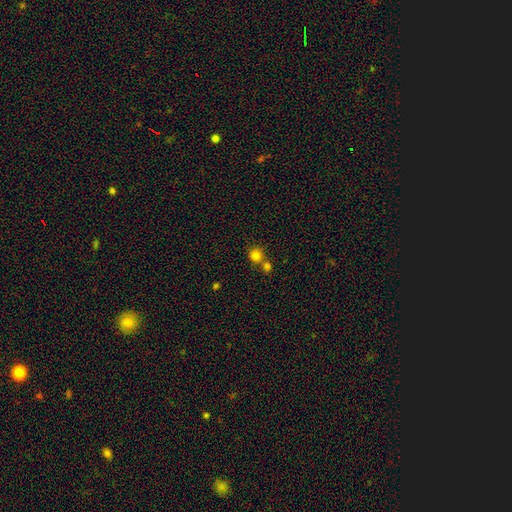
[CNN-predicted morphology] Smooth or featured?
  - smooth: 81% *
  - star or artifact: 13%
  - featured or disk: 6%
How rounded?
  - round: 90% *
  - in between: 9%
  - cigar-shaped: 1%
Merging?
  - none: 57% *
  - merger: 34%
  - minor disturbance: 7%
  - major disturbance: 3%